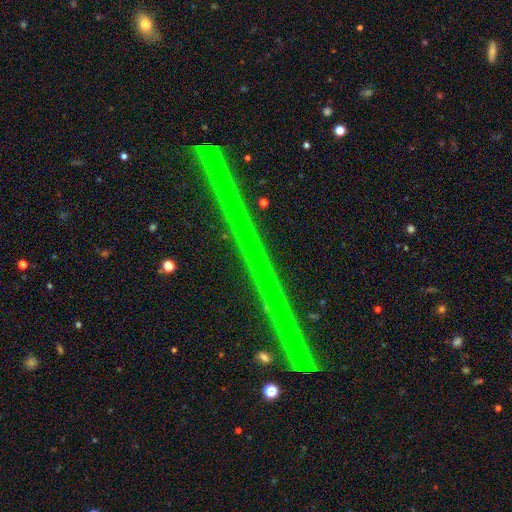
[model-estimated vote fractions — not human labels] smooth_or_featured: star or artifact (p=0.66) [alt: featured or disk p=0.24]